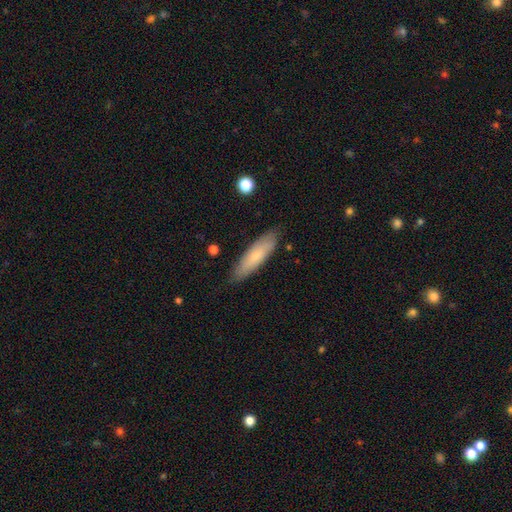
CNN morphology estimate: Smooth or featured?
  - smooth: 69% *
  - featured or disk: 25%
  - star or artifact: 6%
How rounded?
  - cigar-shaped: 64% *
  - in between: 35%
  - round: 2%
Merging?
  - none: 84% *
  - minor disturbance: 13%
  - major disturbance: 2%
  - merger: 1%